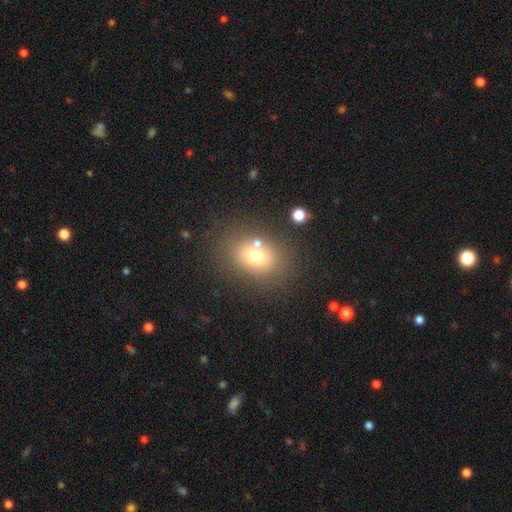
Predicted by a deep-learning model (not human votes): A smooth galaxy with no disk features (71%) that is in between round and cigar-shaped (62%). Merging: none (71%).